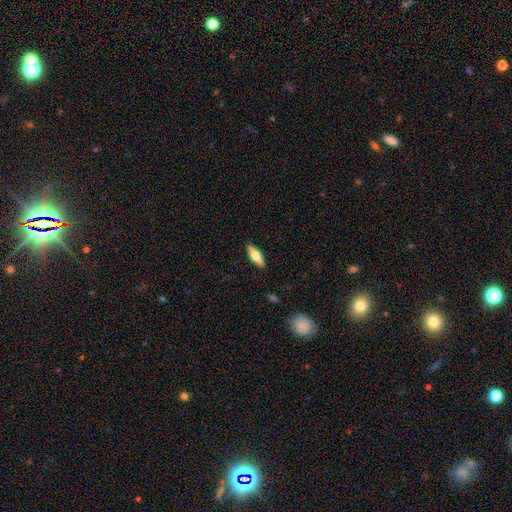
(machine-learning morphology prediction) type=smooth (55%); roundness=in between (56%); merging=none (89%).